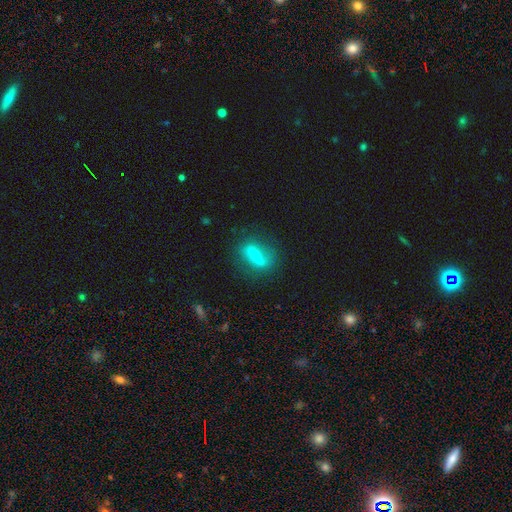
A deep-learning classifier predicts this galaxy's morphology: Q: Smooth or featured?
A: featured or disk (58%); runner-up: smooth (33%)
Q: Edge-on disk?
A: no (80%); runner-up: yes (20%)
Q: Merging?
A: none (77%); runner-up: minor disturbance (15%)